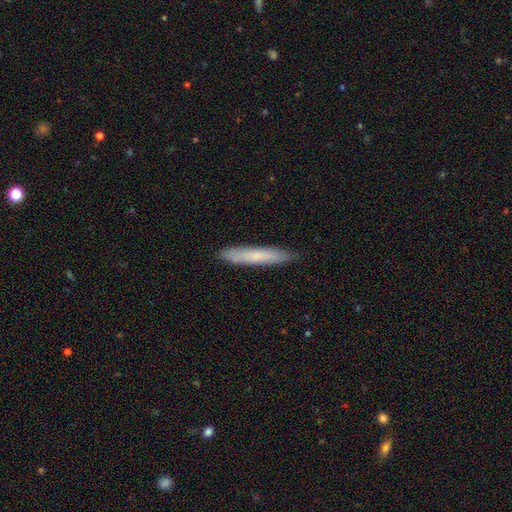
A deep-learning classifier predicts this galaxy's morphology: Smooth or featured? Predicted: smooth (p=0.69). How rounded? Predicted: cigar-shaped (p=0.93). Merging? Predicted: none (p=0.88).